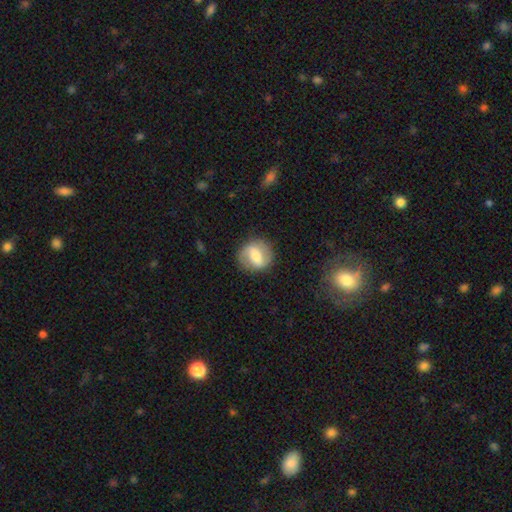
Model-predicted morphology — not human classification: smooth_or_featured: featured or disk (p=0.52) [alt: smooth p=0.41]
disk_edge_on: no (p=0.94) [alt: yes p=0.06]
merging: none (p=0.83) [alt: minor disturbance p=0.12]